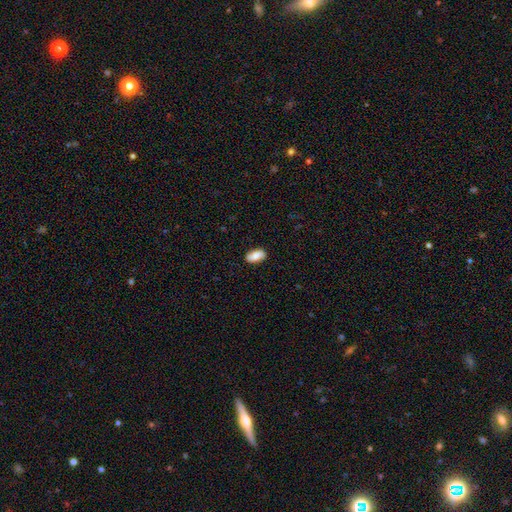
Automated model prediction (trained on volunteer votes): Q: Smooth or featured?
A: smooth (76%); runner-up: featured or disk (17%)
Q: How rounded?
A: in between (92%); runner-up: round (4%)
Q: Merging?
A: none (84%); runner-up: minor disturbance (12%)